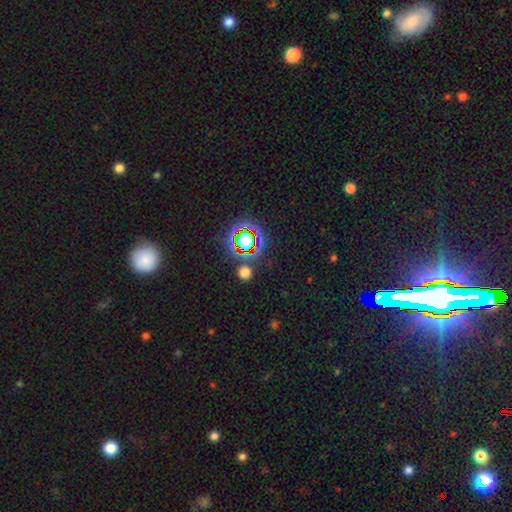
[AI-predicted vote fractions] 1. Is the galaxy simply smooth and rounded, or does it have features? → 78% star or artifact, 12% smooth, 11% featured or disk.